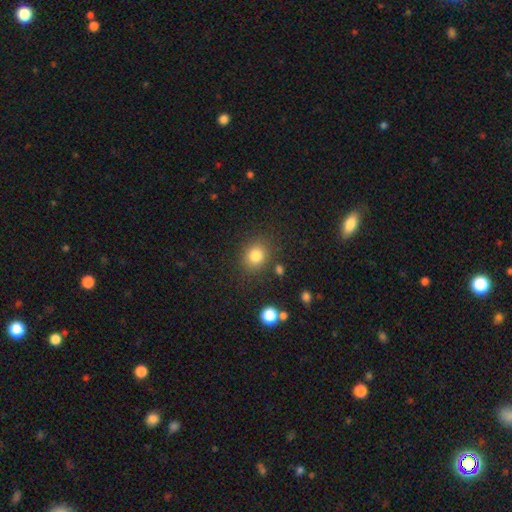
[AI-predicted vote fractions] Smooth or featured? smooth (82%)
How rounded? round (73%)
Merging? none (82%)